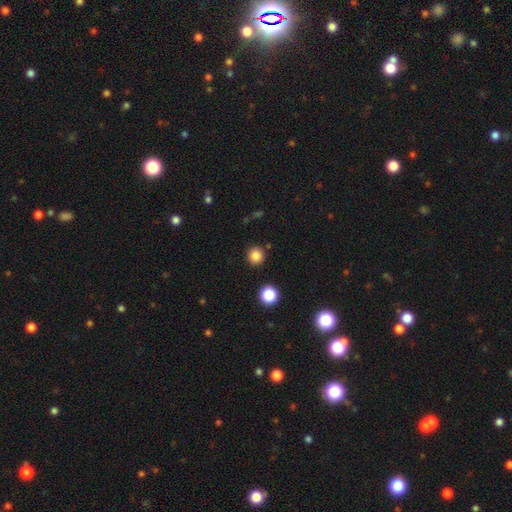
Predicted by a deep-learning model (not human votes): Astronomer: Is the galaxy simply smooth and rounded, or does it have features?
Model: smooth — 83%.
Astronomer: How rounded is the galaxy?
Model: round — 92%.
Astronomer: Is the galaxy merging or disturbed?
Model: none — 90%.